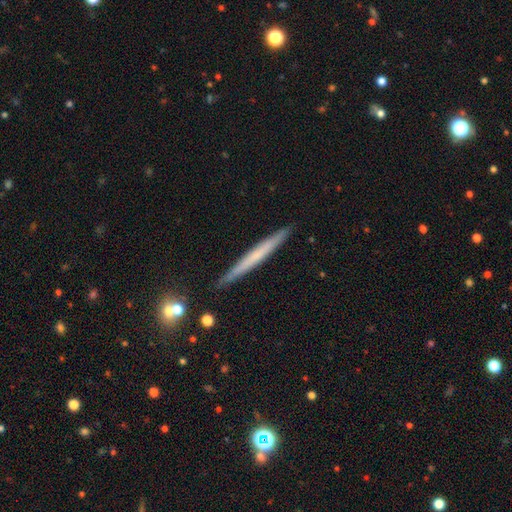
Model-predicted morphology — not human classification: This appears to be a smooth galaxy with no disk features (48%). Merging: none (91%).